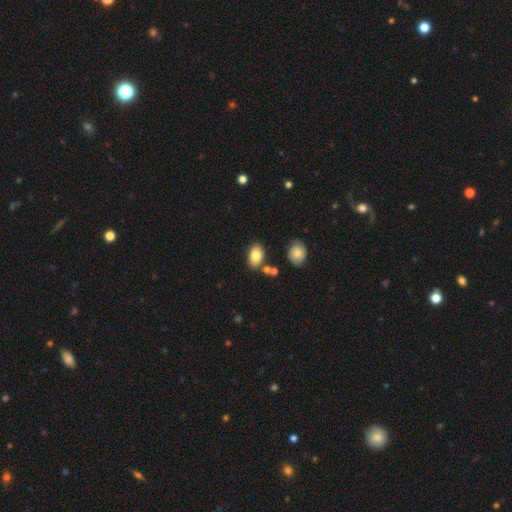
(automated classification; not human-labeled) Smooth or featured? Predicted: smooth (p=0.82). How rounded? Predicted: in between (p=0.87). Merging? Predicted: none (p=0.76).